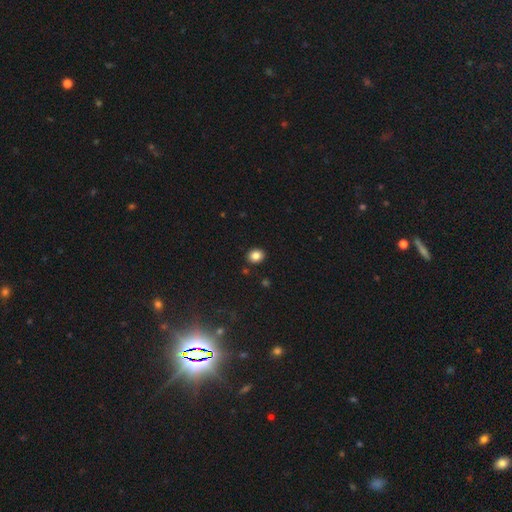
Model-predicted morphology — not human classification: smooth_or_featured: smooth (p=0.85) [alt: star or artifact p=0.10]
how_rounded: round (p=0.64) [alt: in between p=0.35]
merging: none (p=0.89) [alt: minor disturbance p=0.07]